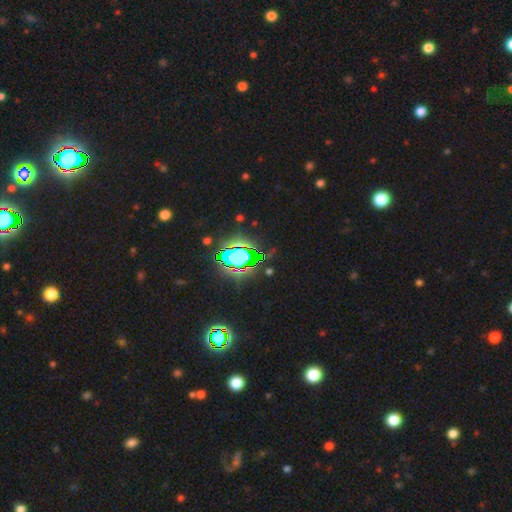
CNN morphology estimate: Q: Smooth or featured?
A: star or artifact (80%); runner-up: smooth (12%)